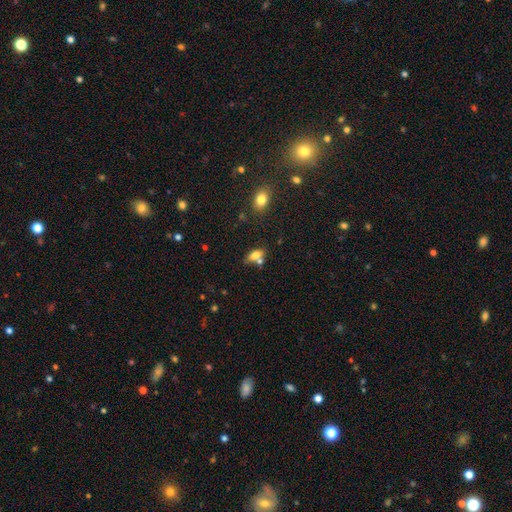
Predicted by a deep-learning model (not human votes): Smooth or featured: smooth — 76% (featured or disk — 14%)
How rounded: in between — 85% (round — 8%)
Merging: none — 47% (merger — 34%)